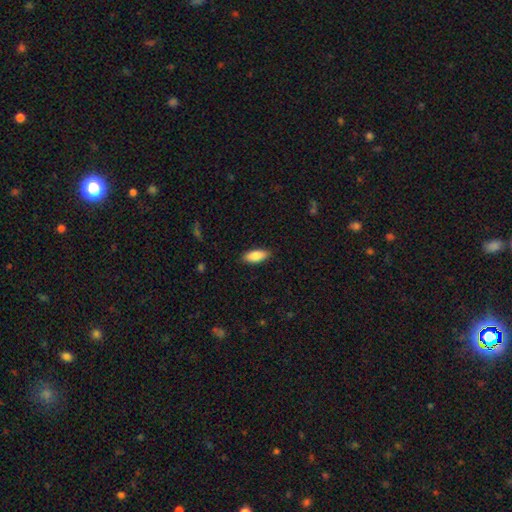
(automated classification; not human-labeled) The model was most divided on "how rounded": in between: 83%, cigar-shaped: 15%, round: 2%. More confident: merging — none (88%); smooth or featured — smooth (86%).